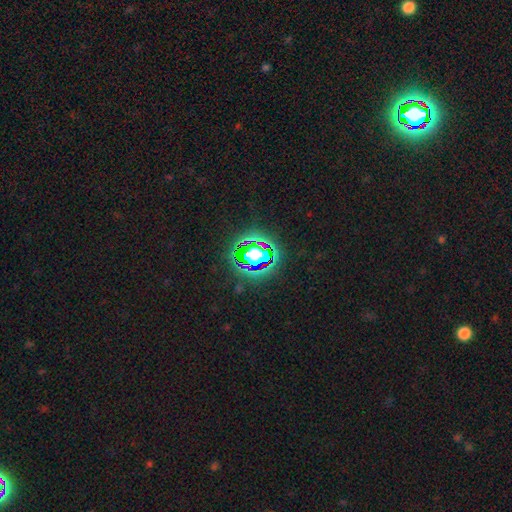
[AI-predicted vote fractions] Smooth or featured?
  - star or artifact: 60% *
  - smooth: 24%
  - featured or disk: 16%